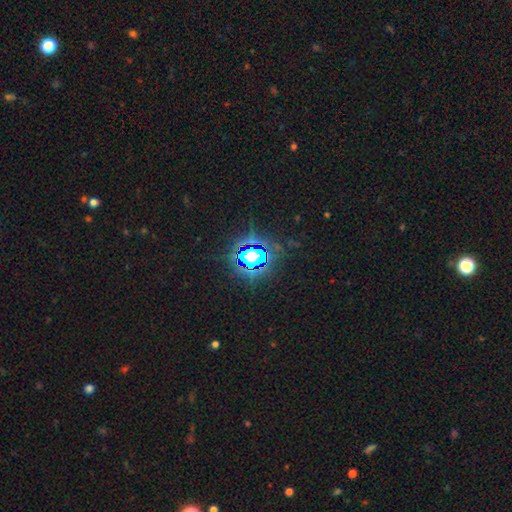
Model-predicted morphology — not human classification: A star or artifact, not a galaxy (73%).

Vote fractions:
- Smooth or featured? star or artifact: 73% / smooth: 17% / featured or disk: 11%